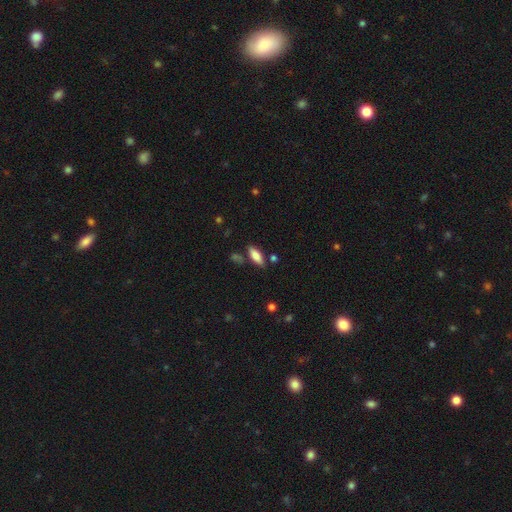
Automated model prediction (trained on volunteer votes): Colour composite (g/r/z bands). It shows a smooth galaxy with no disk features (77%) that is in between round and cigar-shaped (67%). Merging: none (78%).